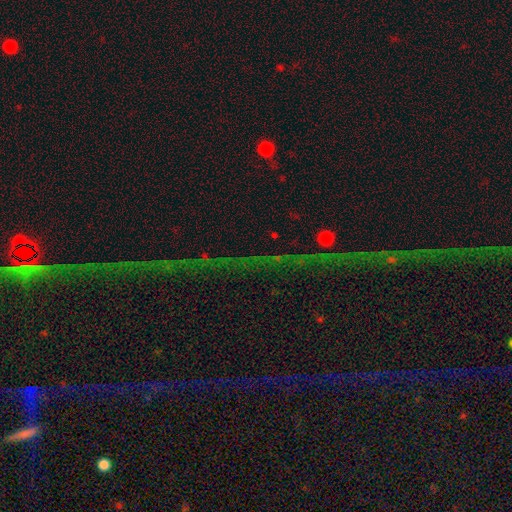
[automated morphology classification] smooth_or_featured: star or artifact (p=0.71) [alt: featured or disk p=0.15]